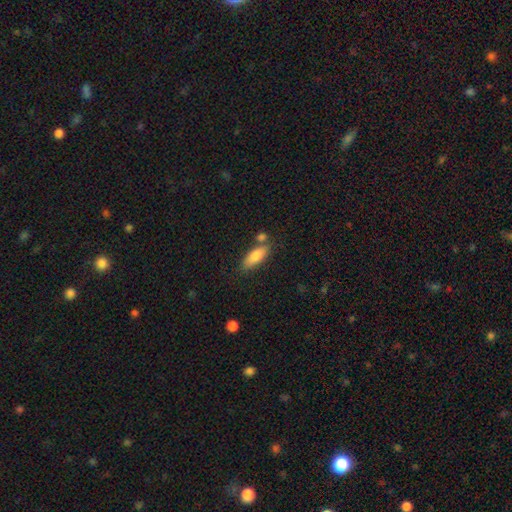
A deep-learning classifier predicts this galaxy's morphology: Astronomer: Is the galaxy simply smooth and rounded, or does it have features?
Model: smooth — 79%.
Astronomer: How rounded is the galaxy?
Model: in between — 68%.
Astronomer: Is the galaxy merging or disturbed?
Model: none — 67%.